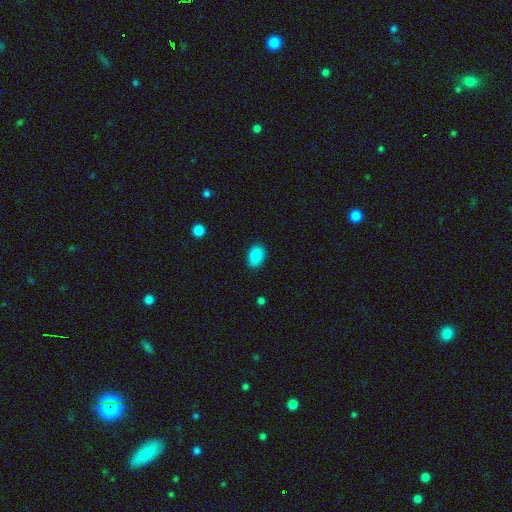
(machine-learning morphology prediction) Smooth or featured: smooth — 89% (star or artifact — 8%)
How rounded: in between — 82% (round — 16%)
Merging: none — 86% (minor disturbance — 10%)